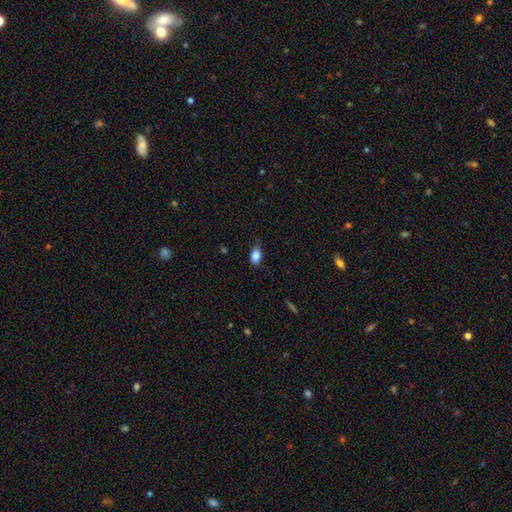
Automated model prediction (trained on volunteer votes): Morphology: type=smooth (84%); roundness=in between (82%); merging=none (69%).